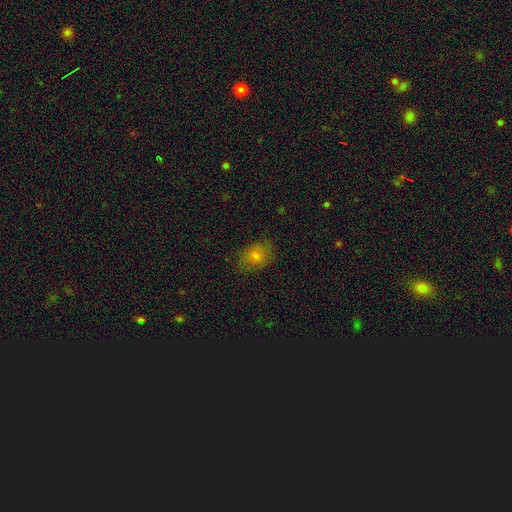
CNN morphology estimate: smooth 74%, featured or disk 13%, star or artifact 13%. Down the decision tree: how rounded — in between (70%); merging — none (75%).